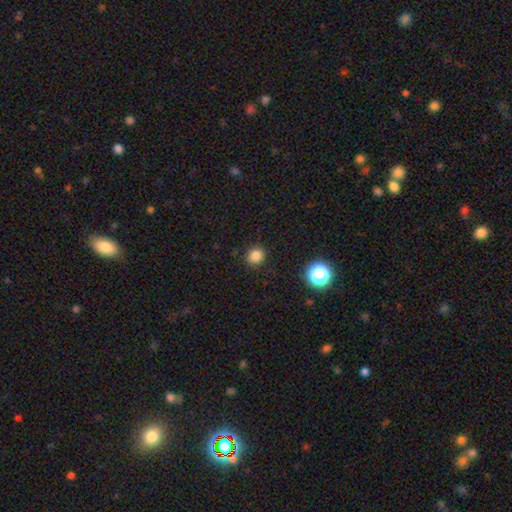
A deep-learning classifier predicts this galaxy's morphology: type=smooth (82%); roundness=round (83%); merging=none (88%).